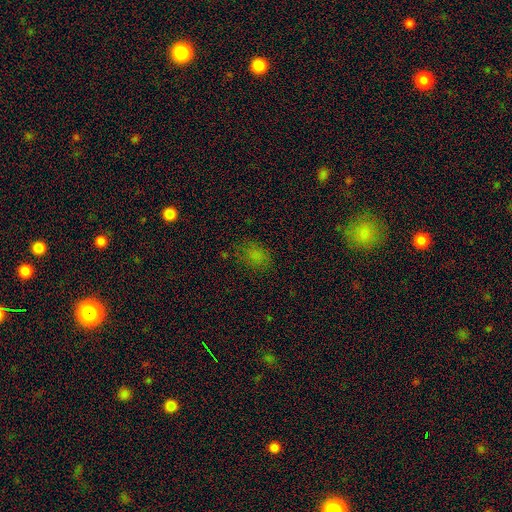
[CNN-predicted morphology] type=smooth (72%); roundness=in between (62%); merging=none (71%).